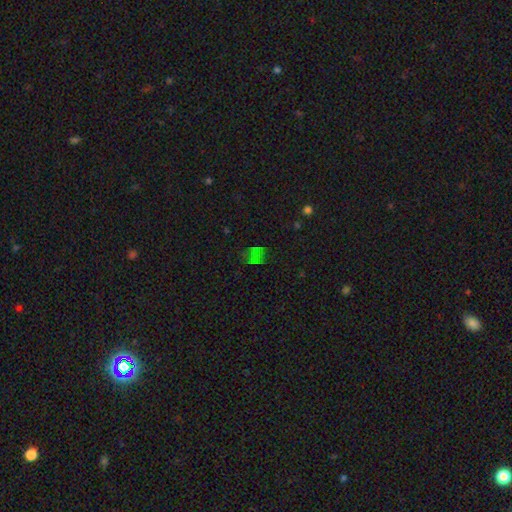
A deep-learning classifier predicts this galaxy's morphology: A star or artifact, not a galaxy (51%).

Vote fractions:
- Smooth or featured? star or artifact: 51% / smooth: 39% / featured or disk: 11%